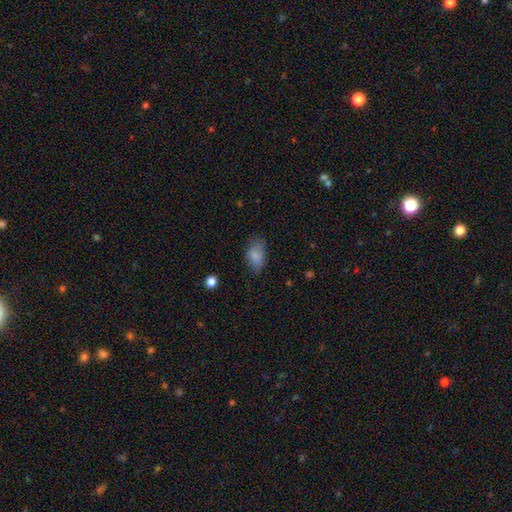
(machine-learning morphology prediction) type=smooth (83%); roundness=in between (90%); merging=none (62%).